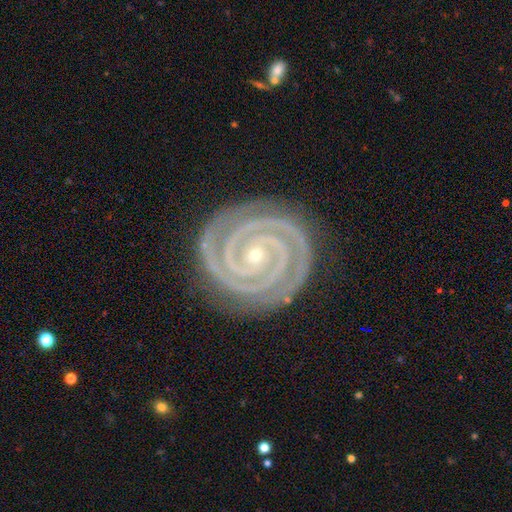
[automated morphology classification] A featured or disk galaxy (94%) with no bar (55%), 2 (85%) tight (92%) spiral arms (99%) and a small central bulge (79%).

Vote fractions:
- Smooth or featured? featured or disk: 94% / star or artifact: 4% / smooth: 2%
- Edge-on disk? no: 98% / yes: 2%
- Bar? no: 55% / strong: 22% / weak: 22%
- Spiral arms? yes: 99% / no: 1%
- Spiral winding? tight: 92% / medium: 7% / loose: 1%
- Spiral arm count? 2: 85% / 3: 7% / 4: 2% / can't tell: 2% / more than 4: 2% / 1: 2%
- Bulge size? small: 79% / moderate: 18% / none: 1% / large: 1% / dominant: 1%
- Merging? none: 88% / minor disturbance: 9% / major disturbance: 2% / merger: 1%